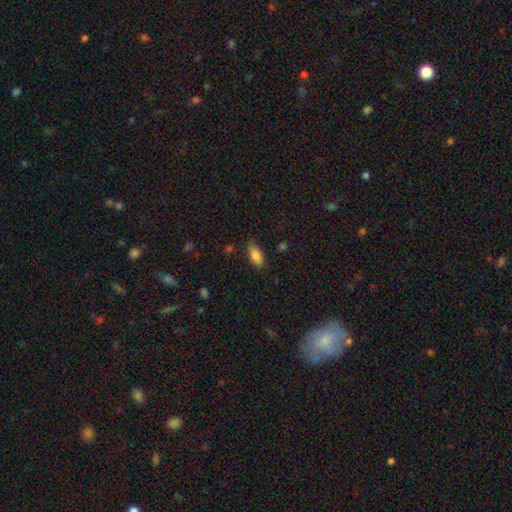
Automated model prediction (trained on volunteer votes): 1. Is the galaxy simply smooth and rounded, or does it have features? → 84% smooth, 8% featured or disk, 8% star or artifact.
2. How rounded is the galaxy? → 84% in between, 14% cigar-shaped, 2% round.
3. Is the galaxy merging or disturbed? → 79% none, 16% minor disturbance, 3% major disturbance, 2% merger.